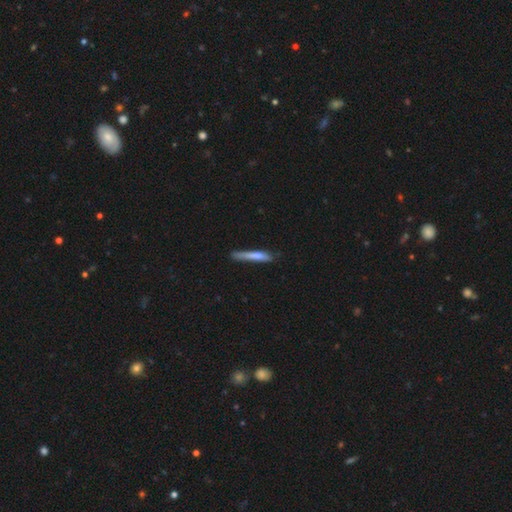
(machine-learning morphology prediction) smooth_or_featured: smooth (p=0.70) [alt: featured or disk p=0.25]
how_rounded: cigar-shaped (p=0.93) [alt: in between p=0.05]
merging: none (p=0.64) [alt: minor disturbance p=0.26]